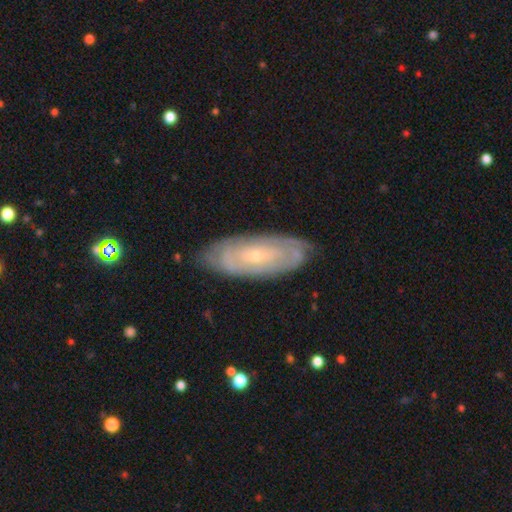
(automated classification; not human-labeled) smooth_or_featured: featured or disk (p=0.73) [alt: smooth p=0.21]
disk_edge_on: no (p=0.88) [alt: yes p=0.12]
bar: no (p=0.76) [alt: weak p=0.19]
has_spiral_arms: yes (p=0.80) [alt: no p=0.20]
spiral_winding: tight (p=0.76) [alt: medium p=0.18]
spiral_arm_count: can't tell (p=0.62) [alt: 2 p=0.18]
bulge_size: small (p=0.81) [alt: moderate p=0.16]
merging: none (p=0.79) [alt: minor disturbance p=0.16]